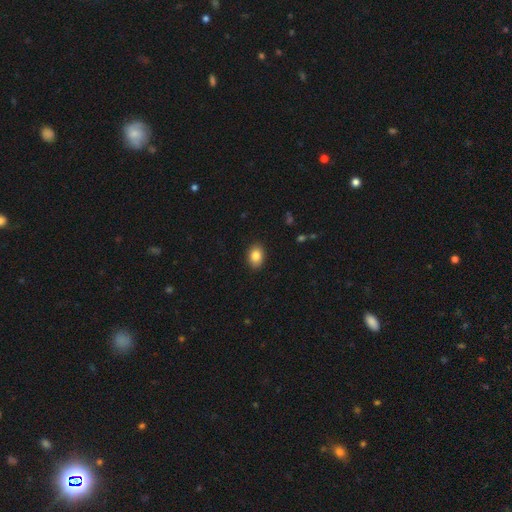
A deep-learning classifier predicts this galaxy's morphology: The model was most divided on "how rounded": in between: 80%, round: 19%, cigar-shaped: 1%. More confident: merging — none (89%); smooth or featured — smooth (84%).